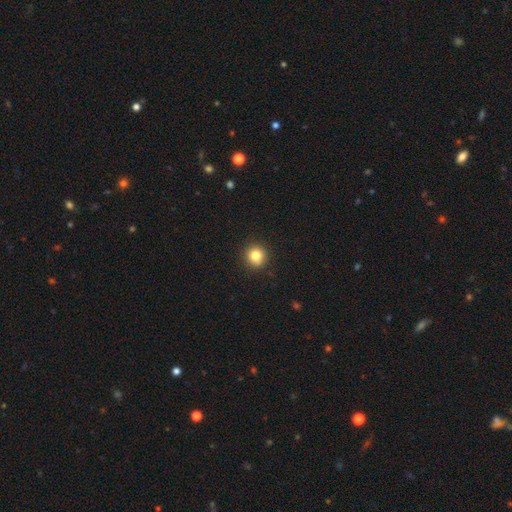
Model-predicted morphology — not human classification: smooth-or-featured: smooth: 82% | star or artifact: 11% | featured or disk: 7%
  how-rounded: round: 93% | in between: 6% | cigar-shaped: 1%
  merging: none: 90% | minor disturbance: 7% | major disturbance: 2% | merger: 1%